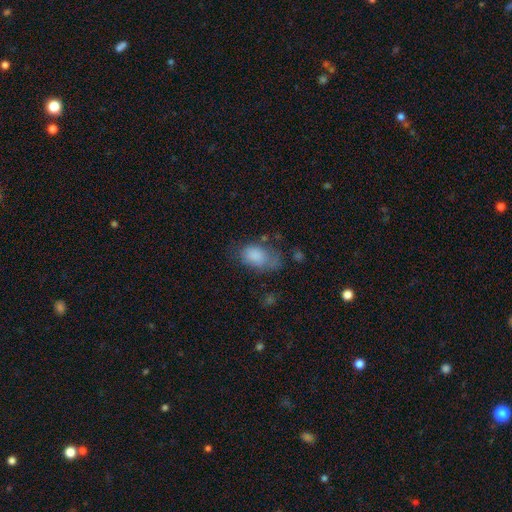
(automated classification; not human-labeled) Morphology: type=smooth (81%); roundness=in between (87%); merging=none (44%).